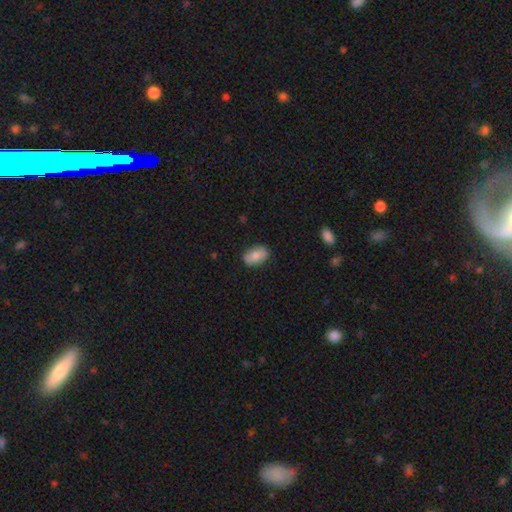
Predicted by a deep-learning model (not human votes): A smooth galaxy with no disk features (74%) that is in between round and cigar-shaped (88%). Merging: none (81%).